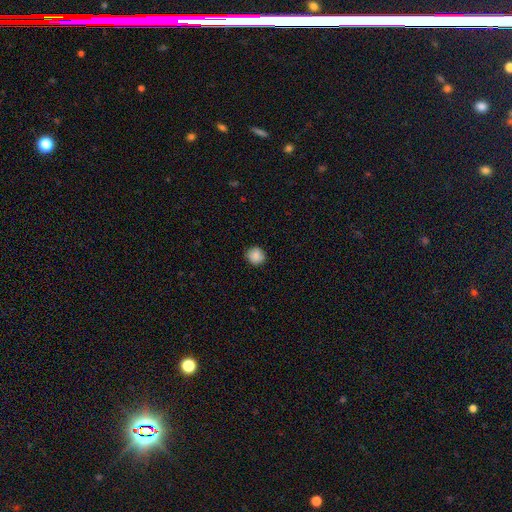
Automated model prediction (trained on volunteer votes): This is clearly a smooth galaxy (88%). How rounded: clearly round (87%). Merging: clearly none (86%).